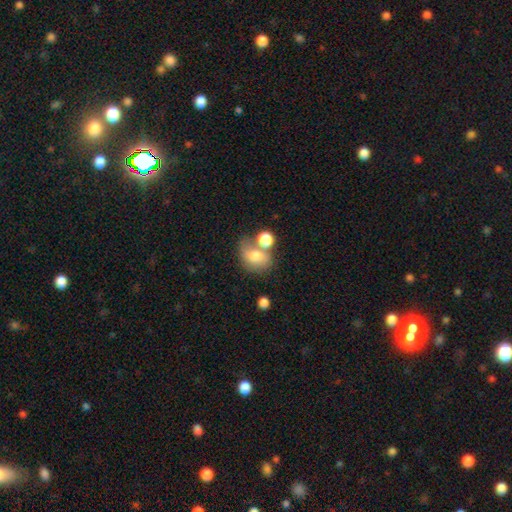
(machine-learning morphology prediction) Smooth or featured?
  - smooth: 69% *
  - featured or disk: 21%
  - star or artifact: 11%
How rounded?
  - in between: 60% *
  - round: 39%
  - cigar-shaped: 1%
Merging?
  - none: 40% *
  - merger: 32%
  - minor disturbance: 18%
  - major disturbance: 10%